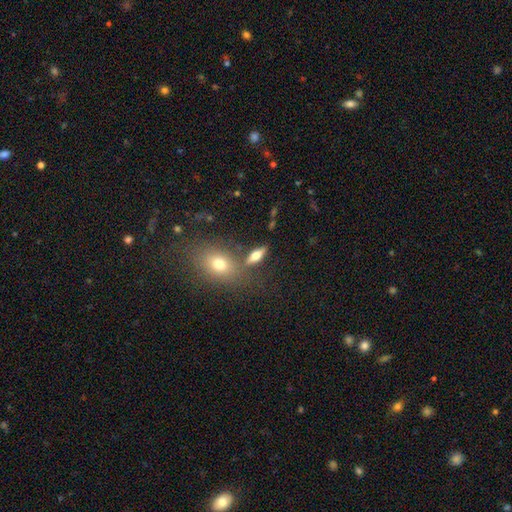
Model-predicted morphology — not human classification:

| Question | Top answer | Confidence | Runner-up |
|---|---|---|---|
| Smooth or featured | smooth | 58% | featured or disk (32%) |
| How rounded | in between | 61% | cigar-shaped (30%) |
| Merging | none | 70% | merger (13%) |